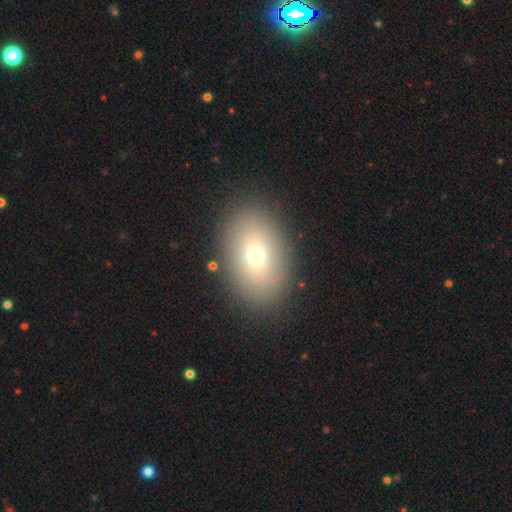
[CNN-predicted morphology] smooth-or-featured: smooth: 69% | featured or disk: 19% | star or artifact: 12%
  how-rounded: in between: 81% | round: 17% | cigar-shaped: 1%
  merging: none: 86% | minor disturbance: 9% | major disturbance: 4% | merger: 1%